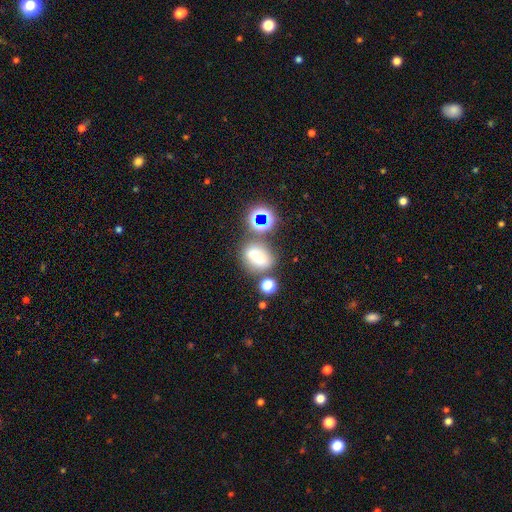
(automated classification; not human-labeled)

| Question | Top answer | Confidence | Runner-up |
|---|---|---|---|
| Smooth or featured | smooth | 55% | star or artifact (25%) |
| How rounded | round | 51% | in between (47%) |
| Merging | none | 47% | merger (26%) |